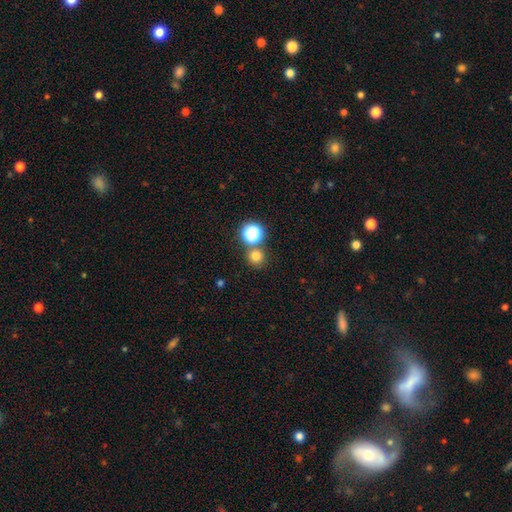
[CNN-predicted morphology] This appears to be a smooth galaxy with no disk features (75%) that is round (92%). Merging: none (70%).